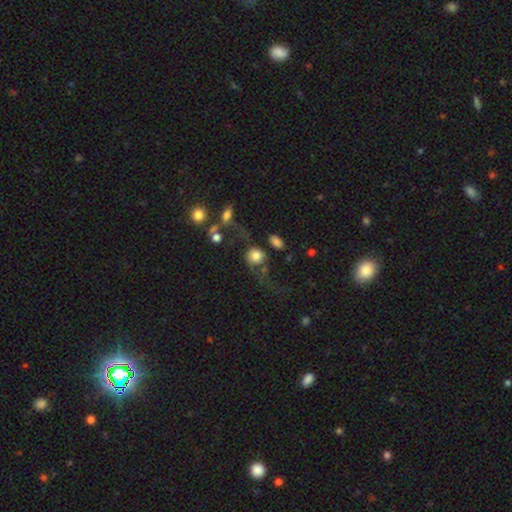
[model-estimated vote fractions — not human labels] Smooth or featured: smooth — 63% (featured or disk — 27%)
How rounded: round — 78% (in between — 20%)
Merging: none — 36% (major disturbance — 34%)